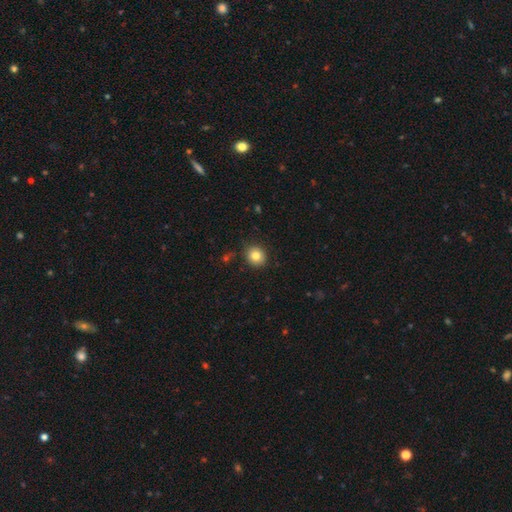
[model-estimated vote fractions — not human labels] Smooth or featured?
  - smooth: 82% *
  - star or artifact: 10%
  - featured or disk: 7%
How rounded?
  - round: 81% *
  - in between: 18%
  - cigar-shaped: 1%
Merging?
  - none: 87% *
  - minor disturbance: 9%
  - major disturbance: 2%
  - merger: 1%